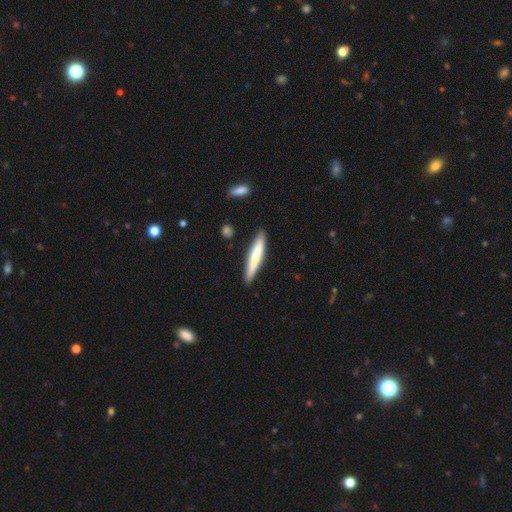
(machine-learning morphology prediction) type=smooth (65%); roundness=cigar-shaped (92%); merging=none (86%).